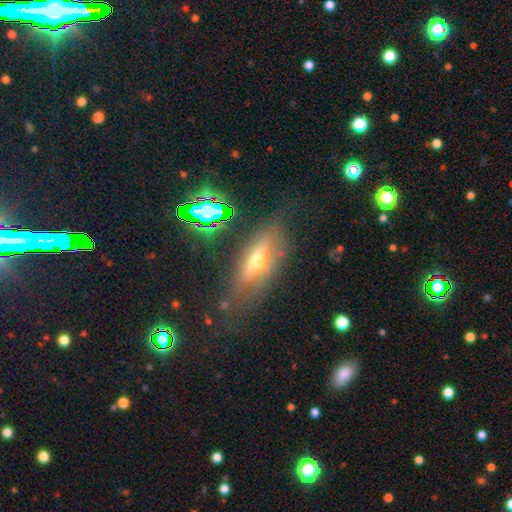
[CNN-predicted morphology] Q: Smooth or featured?
A: featured or disk (51%); runner-up: smooth (36%)
Q: Edge-on disk?
A: yes (70%); runner-up: no (30%)
Q: Merging?
A: none (66%); runner-up: minor disturbance (20%)